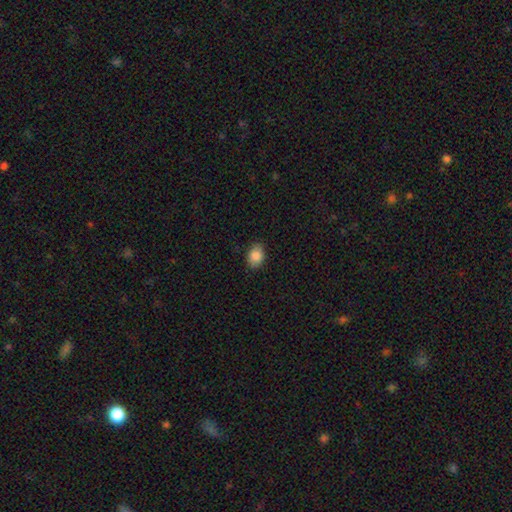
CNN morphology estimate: A smooth galaxy with no disk features (87%) that is in between round and cigar-shaped (76%). Merging: none (85%).